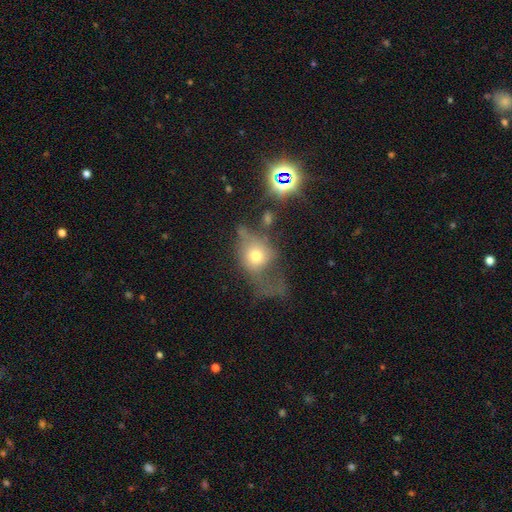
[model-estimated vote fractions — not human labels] A smooth galaxy with no disk features (57%) that is round (55%). Merging: major disturbance (51%).